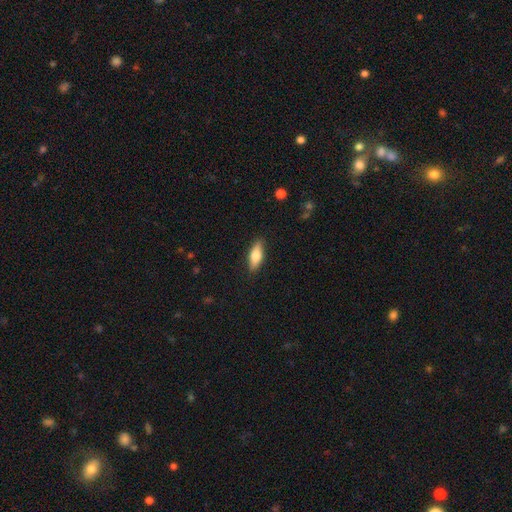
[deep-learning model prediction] Morphology: type=smooth (68%); roundness=in between (65%); merging=none (87%).